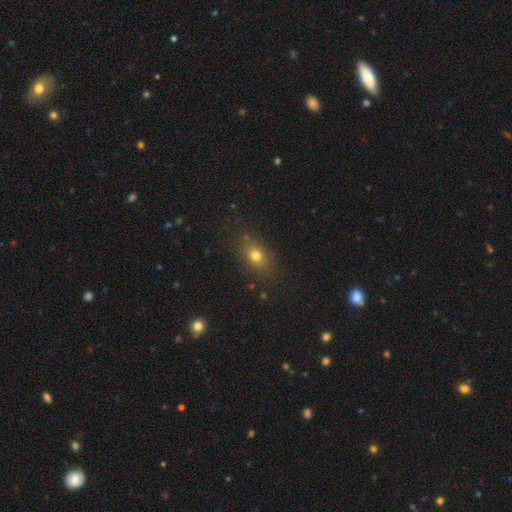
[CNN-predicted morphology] Smooth or featured? Predicted: smooth (p=0.75). How rounded? Predicted: in between (p=0.64). Merging? Predicted: none (p=0.82).